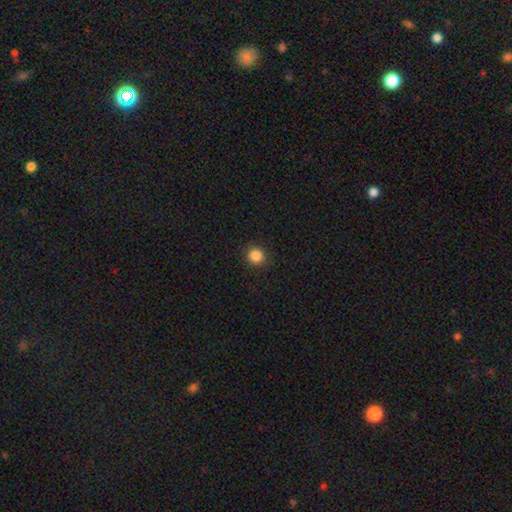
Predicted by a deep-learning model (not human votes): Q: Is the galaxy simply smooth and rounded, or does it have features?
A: smooth — 86%.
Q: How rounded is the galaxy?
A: round — 92%.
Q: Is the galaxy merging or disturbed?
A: none — 91%.